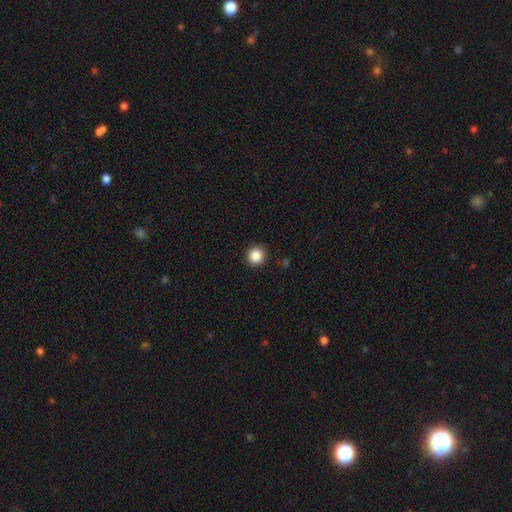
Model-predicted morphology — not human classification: This appears to be a smooth galaxy with no disk features (87%) that is round (92%). Merging: none (92%).